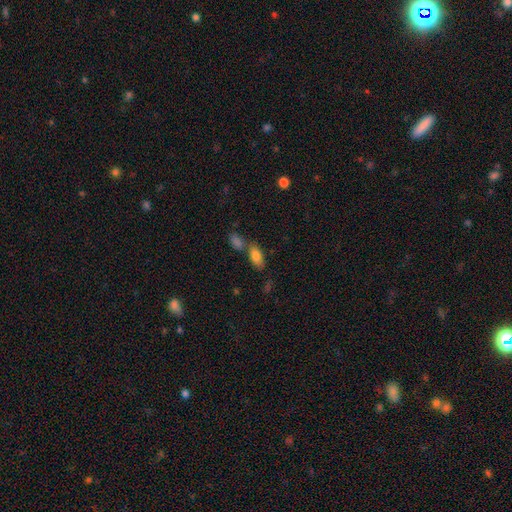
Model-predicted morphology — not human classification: Overall: smooth (82%). How rounded: in between (89%). Merging: none (51%; merger 33%).